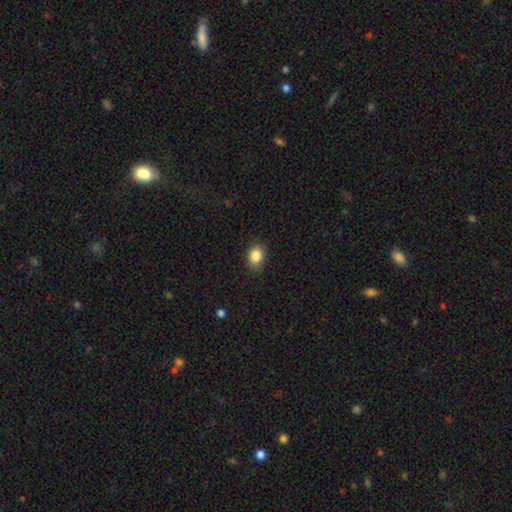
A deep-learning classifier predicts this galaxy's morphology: Overall: smooth (86%). How rounded: in between (55%; round 44%). Merging: none (84%).